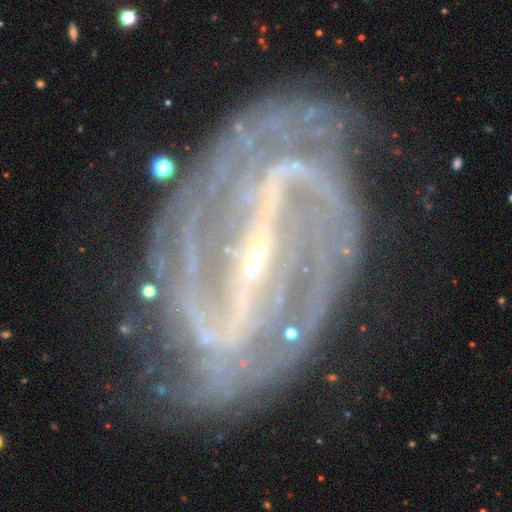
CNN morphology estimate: smooth_or_featured: featured or disk (p=0.91) [alt: star or artifact p=0.06]
disk_edge_on: no (p=0.96) [alt: yes p=0.04]
bar: strong (p=0.80) [alt: weak p=0.14]
has_spiral_arms: yes (p=0.97) [alt: no p=0.03]
spiral_winding: medium (p=0.43) [alt: tight p=0.40]
spiral_arm_count: 2 (p=0.53) [alt: can't tell p=0.13]
bulge_size: small (p=0.86) [alt: moderate p=0.06]
merging: none (p=0.68) [alt: minor disturbance p=0.18]